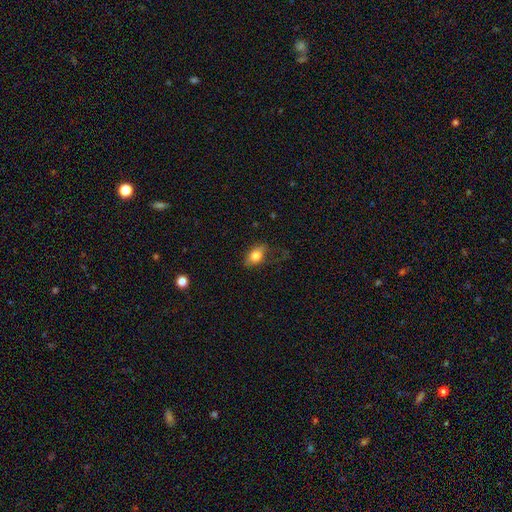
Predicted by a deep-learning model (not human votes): Smooth or featured?
  - smooth: 77% *
  - featured or disk: 15%
  - star or artifact: 8%
How rounded?
  - in between: 83% *
  - round: 12%
  - cigar-shaped: 4%
Merging?
  - none: 64% *
  - minor disturbance: 24%
  - major disturbance: 11%
  - merger: 2%